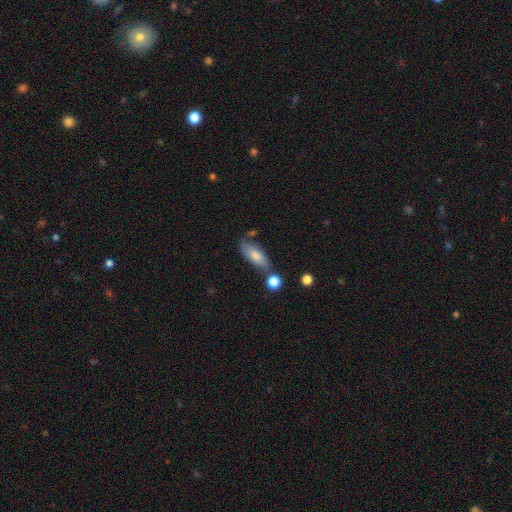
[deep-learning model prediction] Smooth or featured: smooth — 73% (featured or disk — 20%)
How rounded: in between — 78% (cigar-shaped — 19%)
Merging: none — 60% (minor disturbance — 21%)